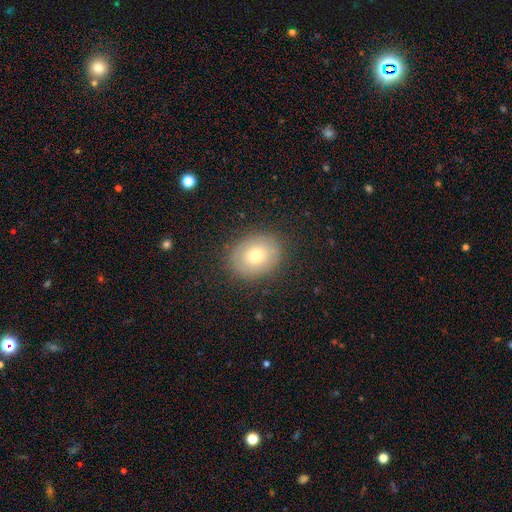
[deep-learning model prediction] Smooth or featured? Predicted: smooth (p=0.63). How rounded? Predicted: round (p=0.57). Merging? Predicted: none (p=0.84).